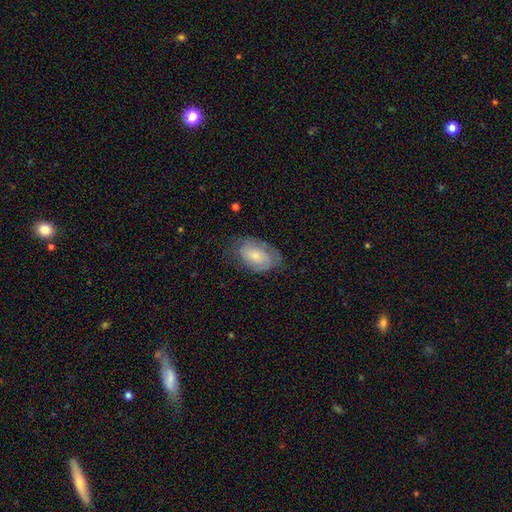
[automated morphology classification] A smooth galaxy with no disk features (57%) that is in between round and cigar-shaped (89%).

Vote fractions:
- Smooth or featured? smooth: 57% / featured or disk: 36% / star or artifact: 7%
- How rounded? in between: 89% / round: 10% / cigar-shaped: 1%
- Merging? none: 62% / minor disturbance: 26% / major disturbance: 10% / merger: 1%